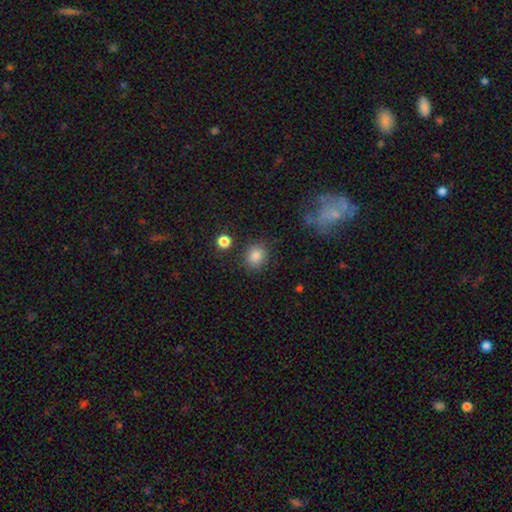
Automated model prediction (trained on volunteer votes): A smooth galaxy with no disk features (84%) that is round (73%).

Vote fractions:
- Smooth or featured? smooth: 84% / star or artifact: 10% / featured or disk: 5%
- How rounded? round: 73% / in between: 26% / cigar-shaped: 1%
- Merging? none: 82% / minor disturbance: 11% / major disturbance: 4% / merger: 4%